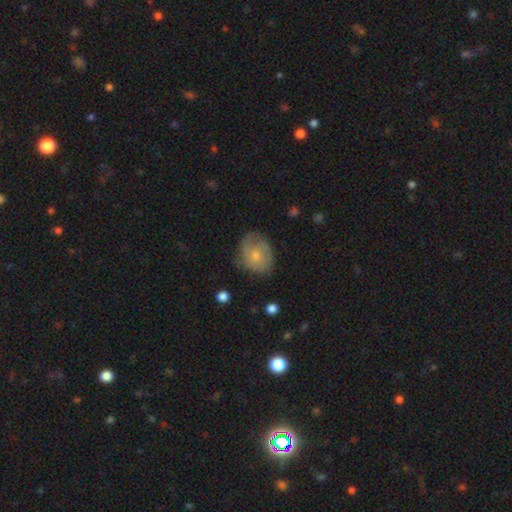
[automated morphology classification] A smooth galaxy with no disk features (63%) that is round (50%).

Vote fractions:
- Smooth or featured? smooth: 63% / featured or disk: 29% / star or artifact: 7%
- How rounded? round: 50% / in between: 49% / cigar-shaped: 1%
- Merging? none: 61% / minor disturbance: 27% / major disturbance: 10% / merger: 2%